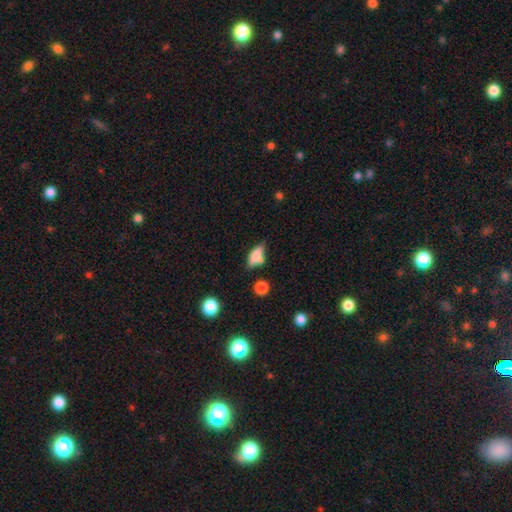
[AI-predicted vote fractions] smooth_or_featured: smooth (p=0.67) [alt: featured or disk p=0.24]
how_rounded: in between (p=0.64) [alt: cigar-shaped p=0.31]
merging: none (p=0.53) [alt: minor disturbance p=0.21]